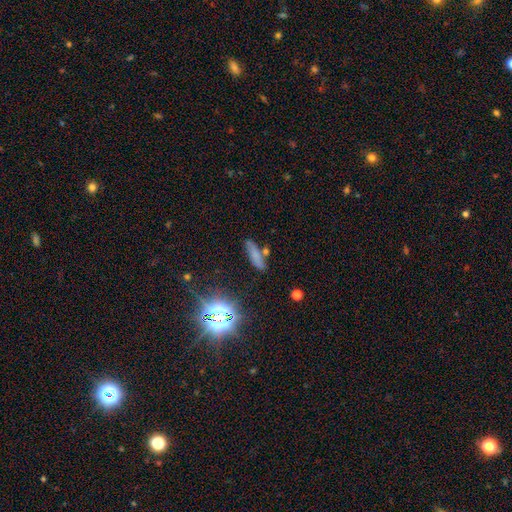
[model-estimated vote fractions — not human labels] Overall: smooth (67%). How rounded: cigar-shaped (61%; in between 35%). Merging: none (70%).